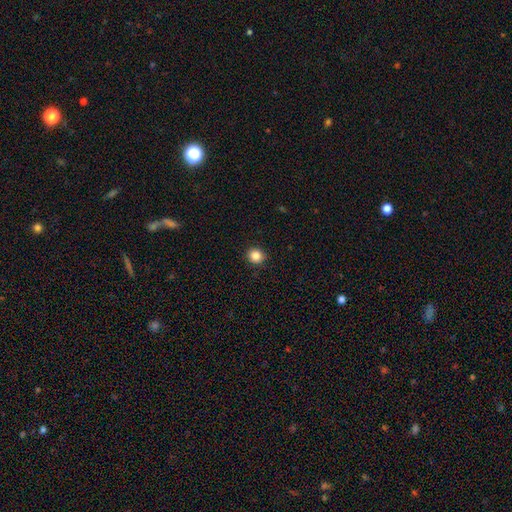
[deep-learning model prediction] This is clearly a smooth galaxy (85%). How rounded: clearly round (88%). Merging: clearly none (92%).